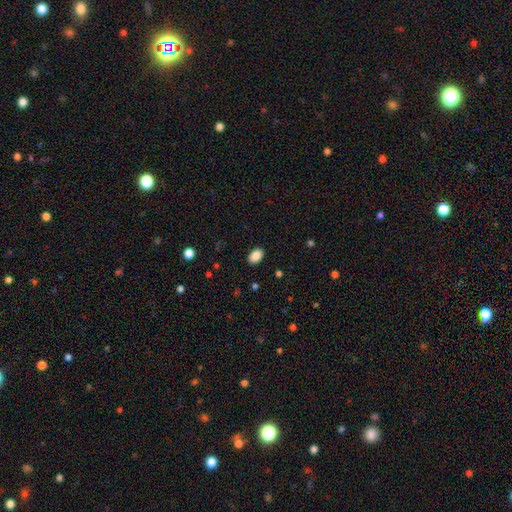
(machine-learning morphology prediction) This is clearly a smooth galaxy (88%). How rounded: clearly in between (90%). Merging: clearly none (89%).